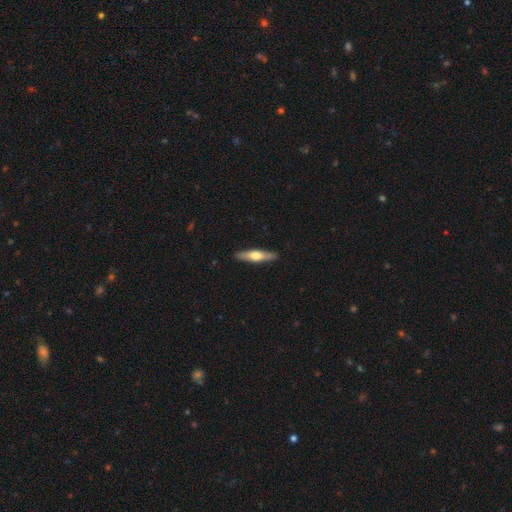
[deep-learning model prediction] Smooth or featured: featured or disk — 49% (smooth — 47%)
Merging: none — 91% (minor disturbance — 7%)